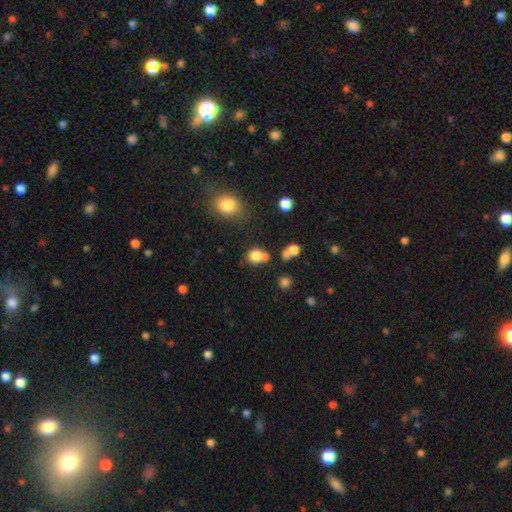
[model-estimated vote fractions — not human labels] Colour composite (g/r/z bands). It shows a smooth galaxy with no disk features (77%) that is round (75%). Merging: none (48%).